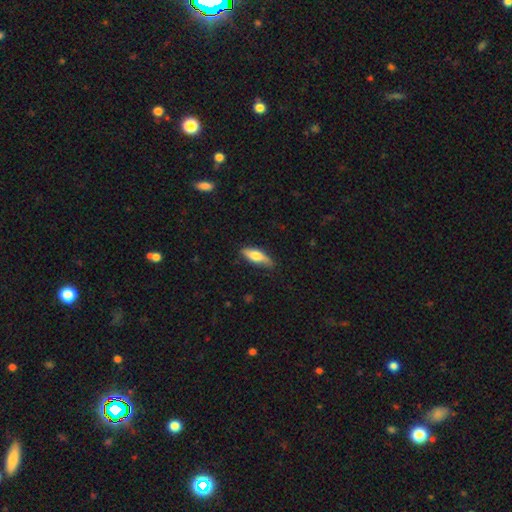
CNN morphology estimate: A smooth galaxy with no disk features (59%) that is in between round and cigar-shaped (50%).

Vote fractions:
- Smooth or featured? smooth: 59% / featured or disk: 36% / star or artifact: 6%
- How rounded? in between: 50% / cigar-shaped: 48% / round: 3%
- Merging? none: 79% / minor disturbance: 17% / major disturbance: 3% / merger: 1%